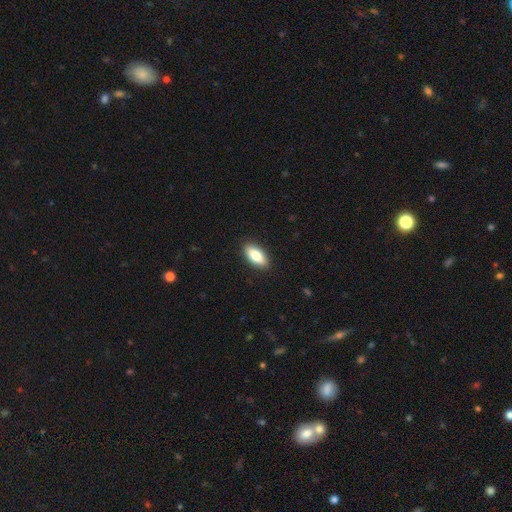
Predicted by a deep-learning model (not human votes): smooth_or_featured: smooth (p=0.82) [alt: featured or disk p=0.11]
how_rounded: in between (p=0.87) [alt: cigar-shaped p=0.10]
merging: none (p=0.90) [alt: minor disturbance p=0.08]